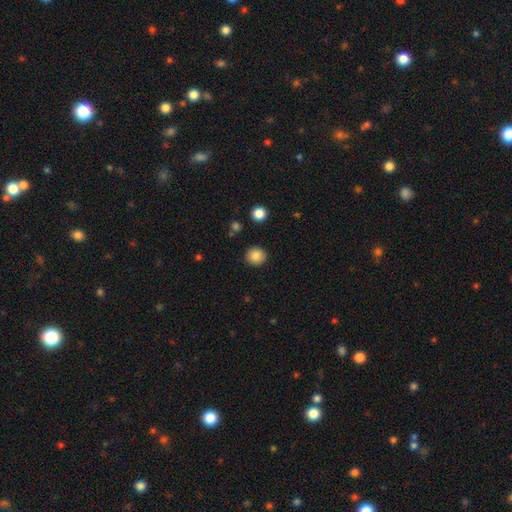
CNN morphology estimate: smooth 85%, star or artifact 9%, featured or disk 6%. Down the decision tree: how rounded — round (92%); merging — none (91%).